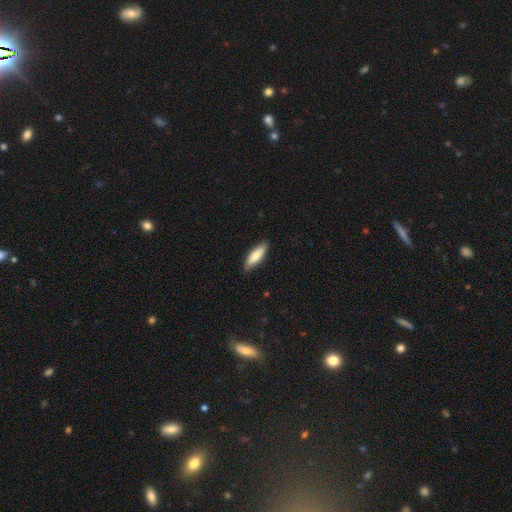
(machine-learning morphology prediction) Smooth or featured?
  - smooth: 79% *
  - featured or disk: 16%
  - star or artifact: 5%
How rounded?
  - in between: 52% *
  - cigar-shaped: 46%
  - round: 2%
Merging?
  - none: 81% *
  - minor disturbance: 15%
  - major disturbance: 2%
  - merger: 1%